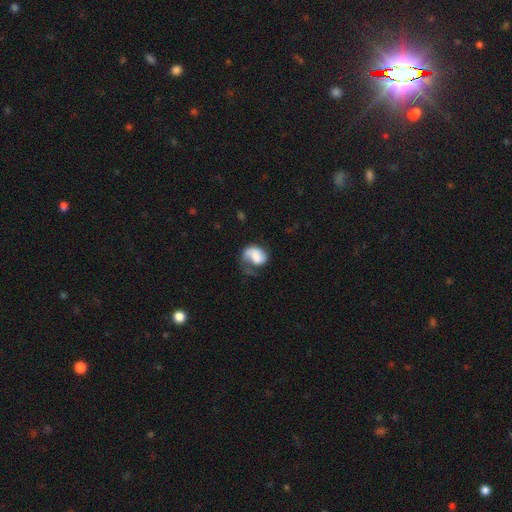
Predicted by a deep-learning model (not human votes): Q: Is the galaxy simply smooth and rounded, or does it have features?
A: smooth — 51%.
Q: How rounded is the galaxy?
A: in between — 62%.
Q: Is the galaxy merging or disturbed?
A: major disturbance — 42%.